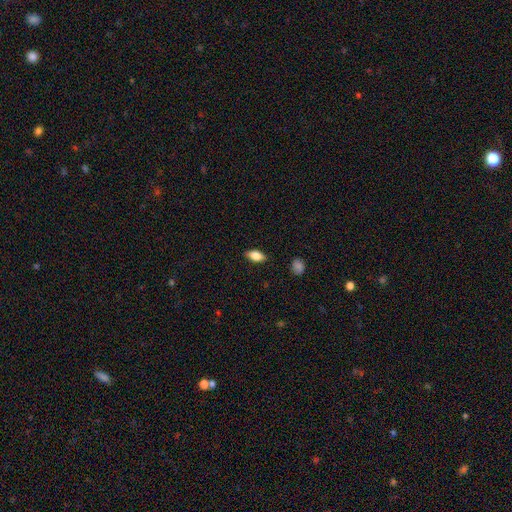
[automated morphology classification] smooth-or-featured: smooth: 80% | featured or disk: 12% | star or artifact: 8%
  how-rounded: in between: 88% | cigar-shaped: 8% | round: 4%
  merging: none: 86% | minor disturbance: 10% | major disturbance: 2% | merger: 1%